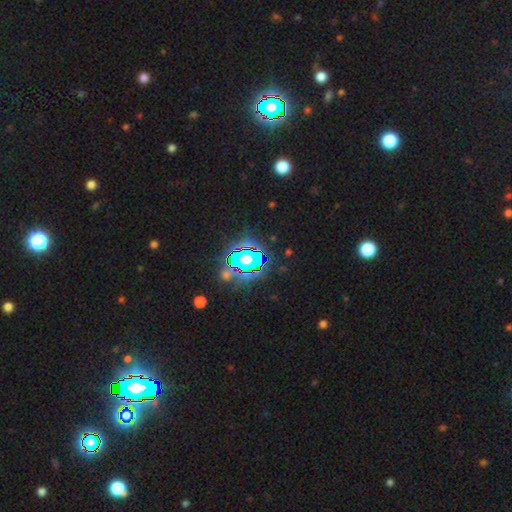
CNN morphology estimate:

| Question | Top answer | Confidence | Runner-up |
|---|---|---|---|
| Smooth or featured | star or artifact | 72% | smooth (17%) |